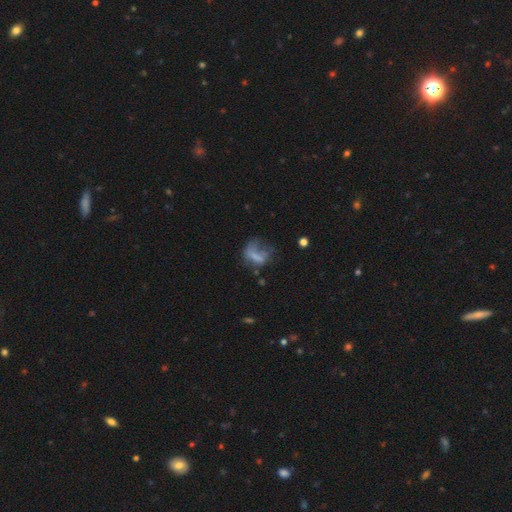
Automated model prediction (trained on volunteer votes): Smooth or featured: smooth — 50% (featured or disk — 35%)
How rounded: in between — 63% (round — 30%)
Merging: major disturbance — 49% (none — 24%)